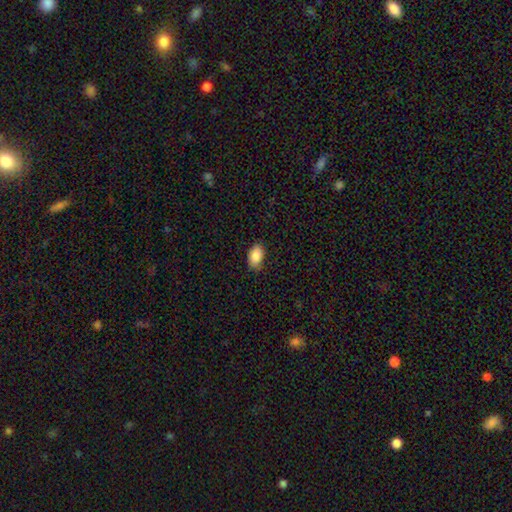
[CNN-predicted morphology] This is clearly a smooth galaxy (88%). How rounded: clearly in between (92%). Merging: clearly none (85%).